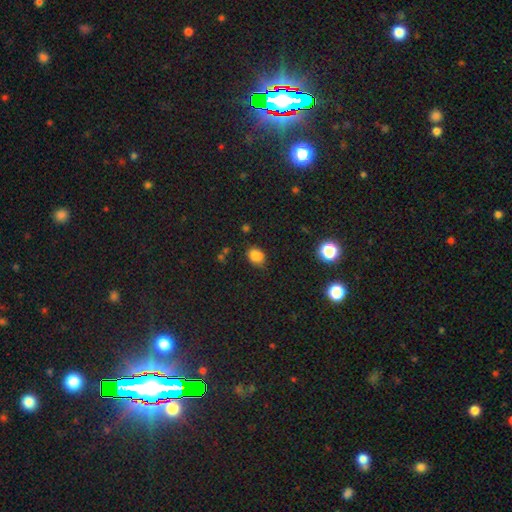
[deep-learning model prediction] smooth 81%, star or artifact 14%, featured or disk 5%. Down the decision tree: how rounded — in between (60%); merging — none (70%).